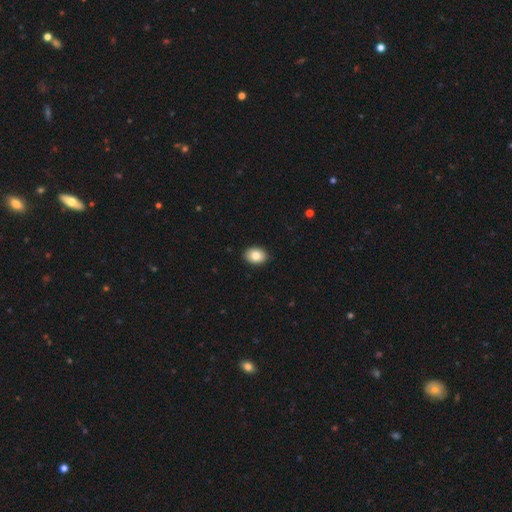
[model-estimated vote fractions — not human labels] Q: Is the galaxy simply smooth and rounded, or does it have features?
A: smooth — 84%.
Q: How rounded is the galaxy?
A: in between — 70%.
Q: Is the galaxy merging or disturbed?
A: none — 91%.